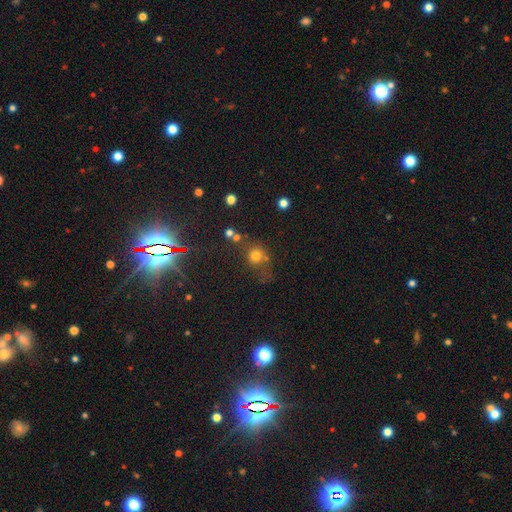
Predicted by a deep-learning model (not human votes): Smooth or featured? smooth (70%)
How rounded? round (83%)
Merging? none (55%)